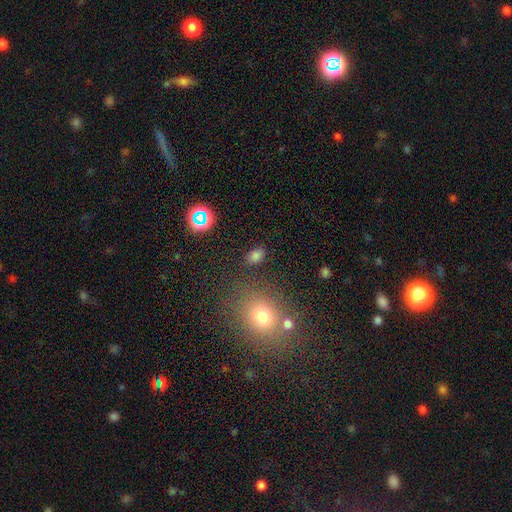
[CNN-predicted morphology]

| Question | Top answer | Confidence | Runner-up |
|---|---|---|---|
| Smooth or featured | smooth | 78% | star or artifact (16%) |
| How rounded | in between | 81% | round (17%) |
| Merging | none | 82% | minor disturbance (11%) |